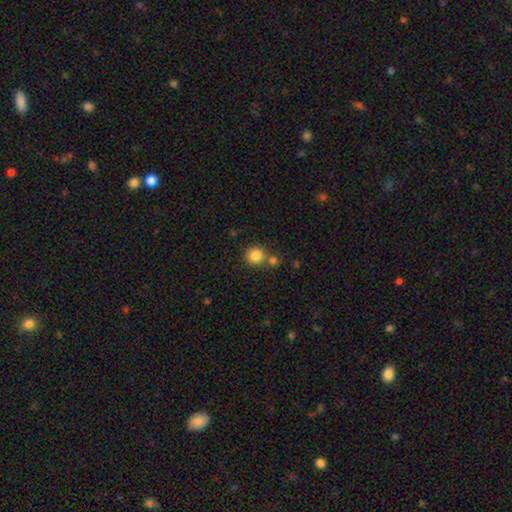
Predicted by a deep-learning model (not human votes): Smooth or featured? smooth (84%)
How rounded? round (91%)
Merging? none (66%)